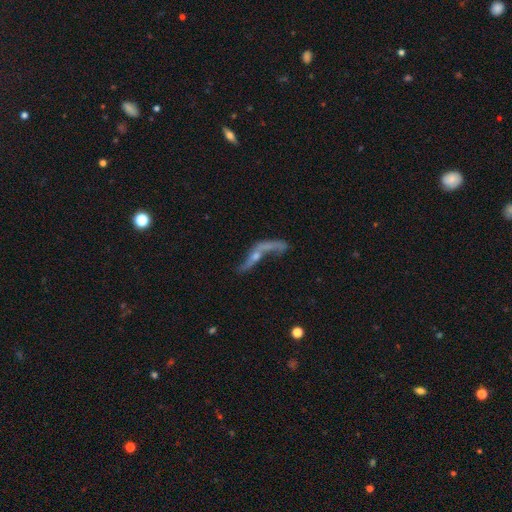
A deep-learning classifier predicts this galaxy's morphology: This is likely a featured or disk galaxy (68%). It is likely not viewed edge-on (68%). Merging: marginally merger (31%).